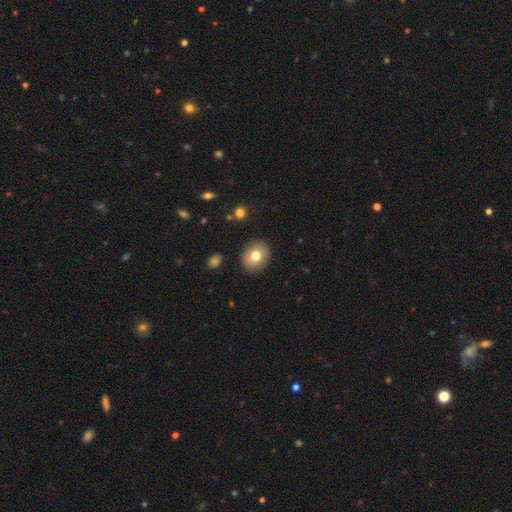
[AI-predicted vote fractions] The model was most divided on "how rounded": round: 70%, in between: 29%, cigar-shaped: 1%. More confident: merging — none (89%); smooth or featured — smooth (77%).